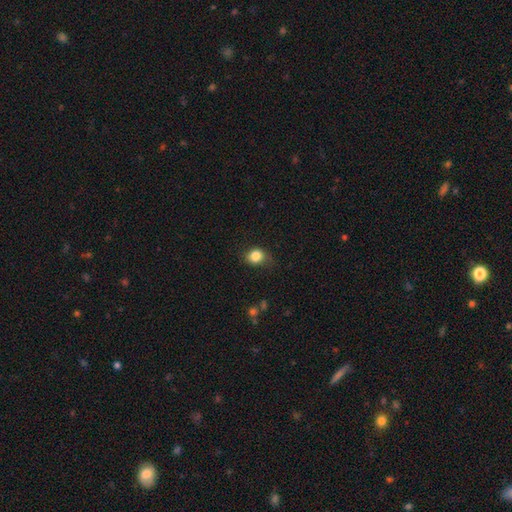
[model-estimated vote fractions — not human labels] Smooth or featured: smooth — 84% (star or artifact — 10%)
How rounded: round — 62% (in between — 37%)
Merging: none — 66% (minor disturbance — 25%)